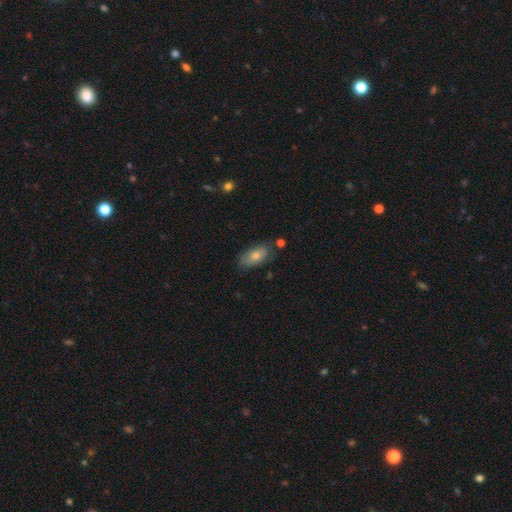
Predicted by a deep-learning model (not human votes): Smooth or featured? Predicted: smooth (p=0.78). How rounded? Predicted: in between (p=0.90). Merging? Predicted: none (p=0.71).